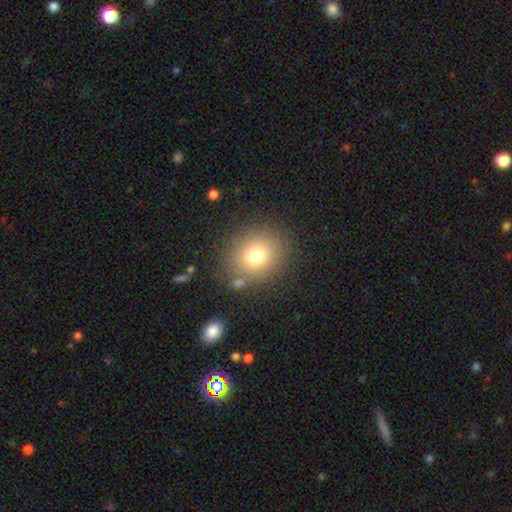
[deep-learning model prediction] This is likely a smooth galaxy (75%). How rounded: likely round (79%). Merging: clearly none (82%).